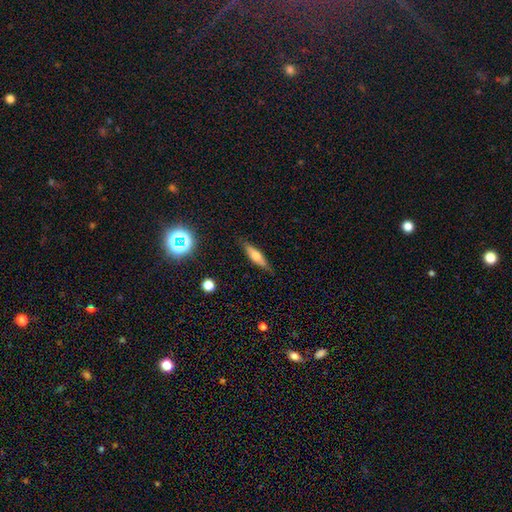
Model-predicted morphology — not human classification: smooth-or-featured: smooth: 52% | featured or disk: 39% | star or artifact: 9%
  how-rounded: cigar-shaped: 65% | in between: 32% | round: 2%
  merging: none: 83% | minor disturbance: 13% | major disturbance: 3% | merger: 1%